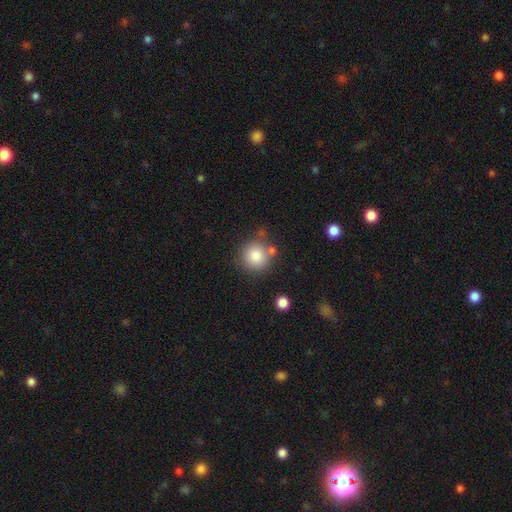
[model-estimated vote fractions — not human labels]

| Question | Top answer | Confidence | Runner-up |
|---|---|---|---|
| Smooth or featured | smooth | 83% | star or artifact (10%) |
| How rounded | round | 92% | in between (7%) |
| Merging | none | 72% | minor disturbance (12%) |